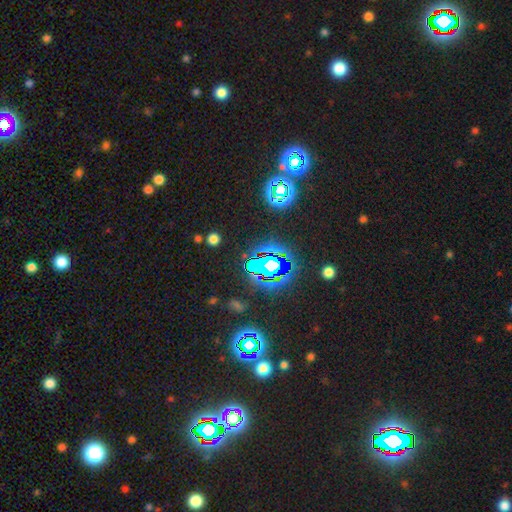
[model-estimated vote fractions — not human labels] smooth-or-featured: star or artifact: 82% | smooth: 10% | featured or disk: 7%